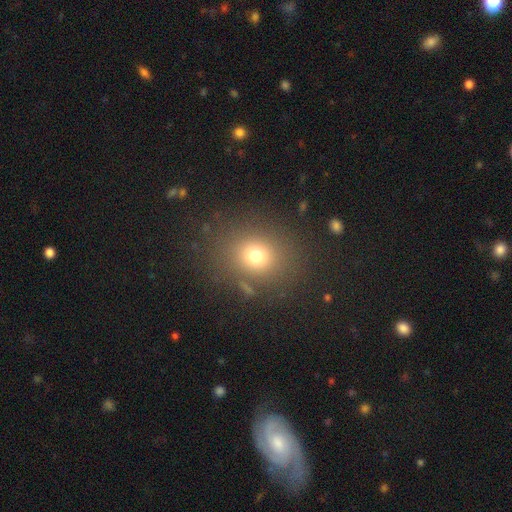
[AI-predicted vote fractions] smooth_or_featured: smooth (p=0.73) [alt: star or artifact p=0.17]
how_rounded: round (p=0.67) [alt: in between p=0.32]
merging: none (p=0.82) [alt: minor disturbance p=0.10]